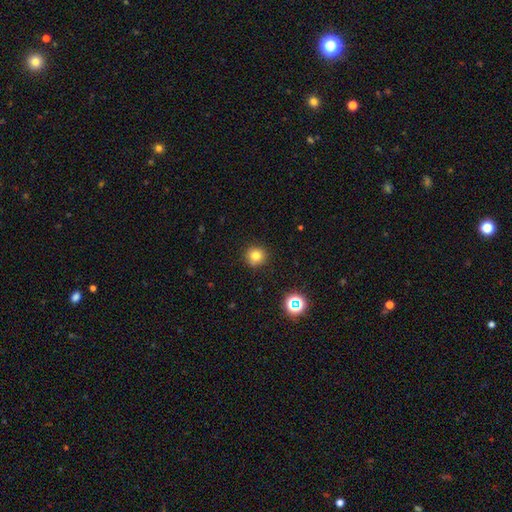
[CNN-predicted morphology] Smooth or featured?
  - smooth: 78% *
  - star or artifact: 15%
  - featured or disk: 7%
How rounded?
  - round: 93% *
  - in between: 6%
  - cigar-shaped: 1%
Merging?
  - none: 89% *
  - minor disturbance: 7%
  - major disturbance: 2%
  - merger: 2%